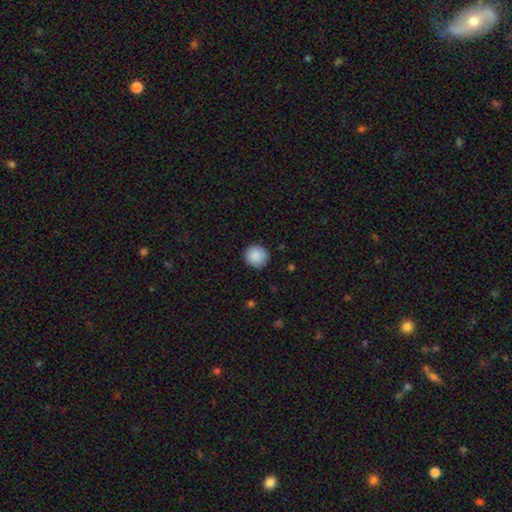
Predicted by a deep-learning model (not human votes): The model was most divided on "smooth or featured": smooth: 89%, star or artifact: 8%, featured or disk: 3%. More confident: how rounded — round (94%); merging — none (90%).